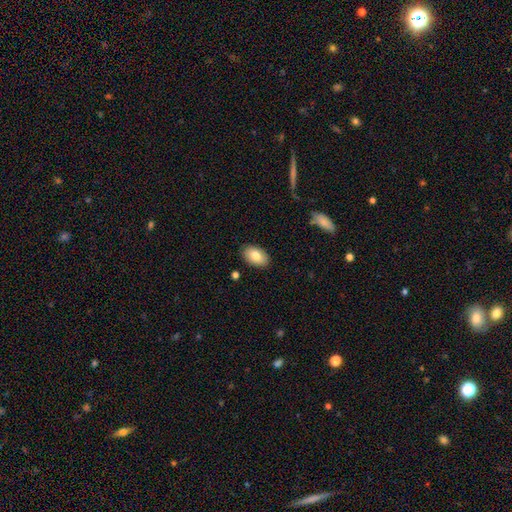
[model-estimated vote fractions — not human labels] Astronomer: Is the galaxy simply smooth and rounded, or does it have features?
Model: smooth — 81%.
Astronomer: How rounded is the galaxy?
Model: in between — 91%.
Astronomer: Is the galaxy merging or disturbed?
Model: none — 88%.